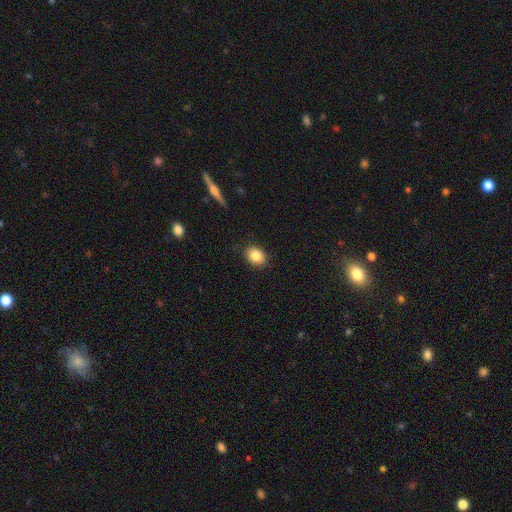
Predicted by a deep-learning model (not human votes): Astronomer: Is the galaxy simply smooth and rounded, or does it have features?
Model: smooth — 85%.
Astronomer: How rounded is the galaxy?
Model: in between — 53% (runner-up: round, 45%).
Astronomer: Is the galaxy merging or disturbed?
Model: none — 87%.